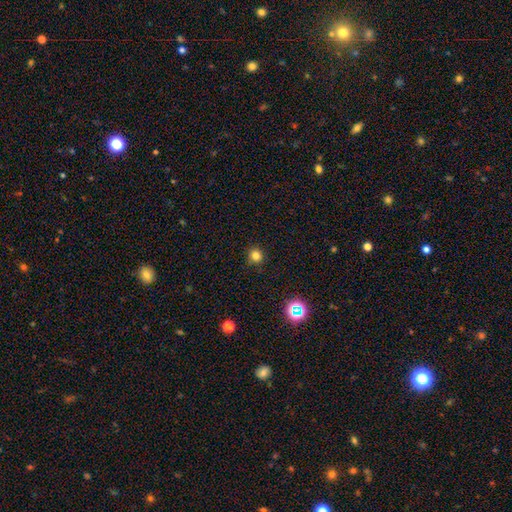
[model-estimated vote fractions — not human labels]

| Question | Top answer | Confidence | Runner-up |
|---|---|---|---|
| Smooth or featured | smooth | 79% | star or artifact (17%) |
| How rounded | round | 91% | in between (8%) |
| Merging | none | 87% | minor disturbance (9%) |